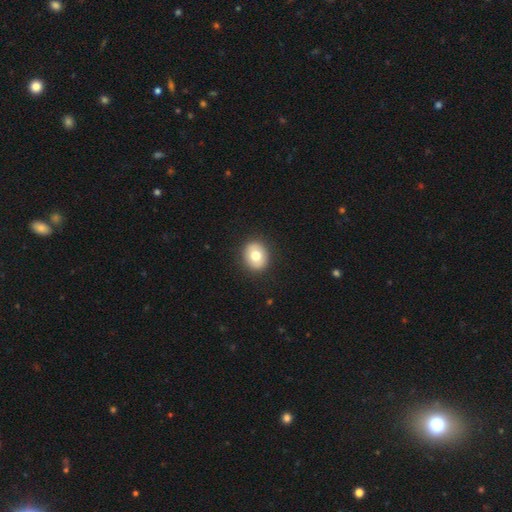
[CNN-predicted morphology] Smooth or featured: smooth — 74% (featured or disk — 18%)
How rounded: round — 66% (in between — 33%)
Merging: none — 90% (minor disturbance — 7%)